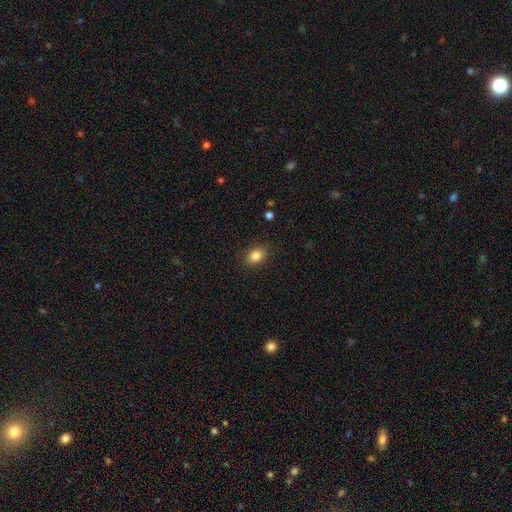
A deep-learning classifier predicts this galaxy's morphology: type=smooth (85%); roundness=in between (68%); merging=none (88%).